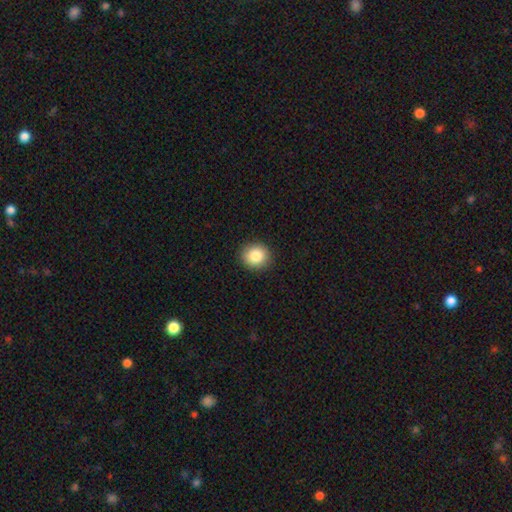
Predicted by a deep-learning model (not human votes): A smooth galaxy with no disk features (85%) that is round (84%). Merging: none (91%).